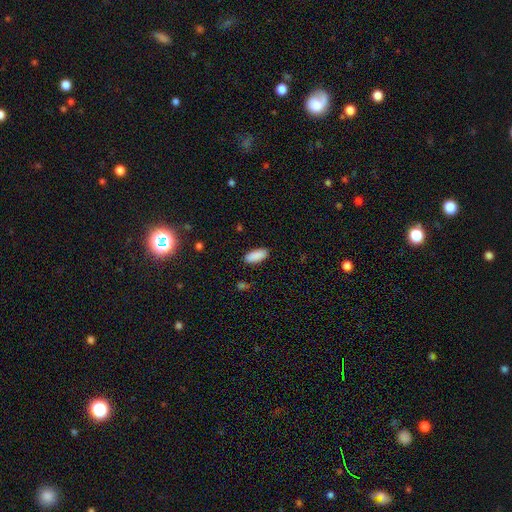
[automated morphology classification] smooth_or_featured: smooth (p=0.90) [alt: star or artifact p=0.06]
how_rounded: in between (p=0.85) [alt: cigar-shaped p=0.14]
merging: none (p=0.88) [alt: minor disturbance p=0.09]